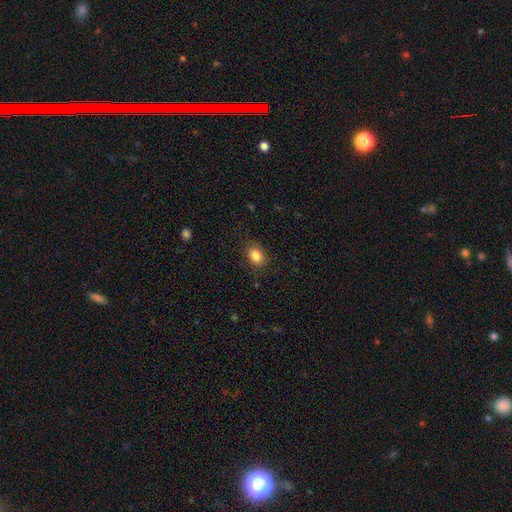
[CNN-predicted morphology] This is clearly a smooth galaxy (85%). How rounded: likely in between (74%). Merging: clearly none (81%).